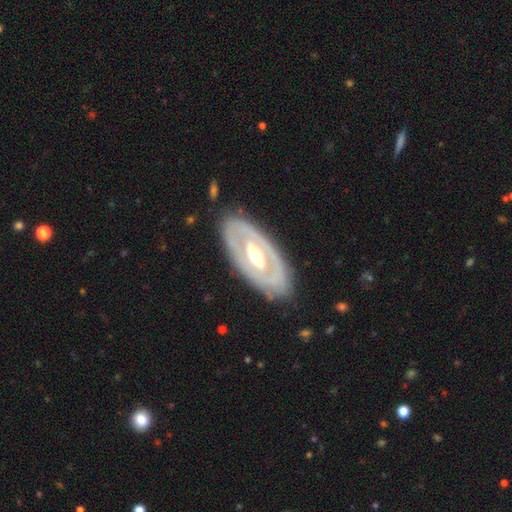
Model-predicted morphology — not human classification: Smooth or featured? featured or disk (74%)
Edge-on disk? no (88%)
Bar? no (58%)
Spiral arms? no (71%)
Bulge size? moderate (71%)
Merging? none (81%)